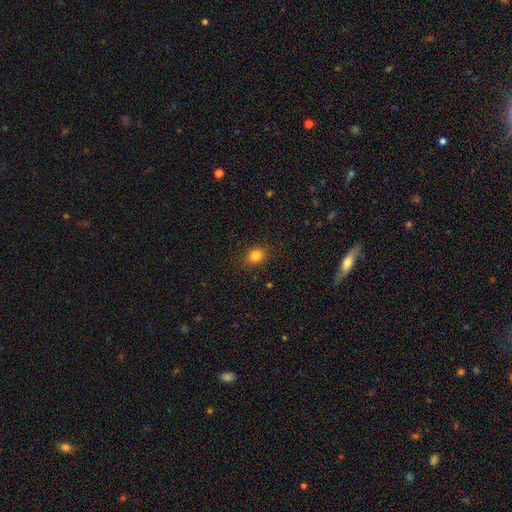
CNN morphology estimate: Smooth or featured: smooth — 82% (star or artifact — 12%)
How rounded: in between — 51% (round — 48%)
Merging: none — 87% (minor disturbance — 9%)